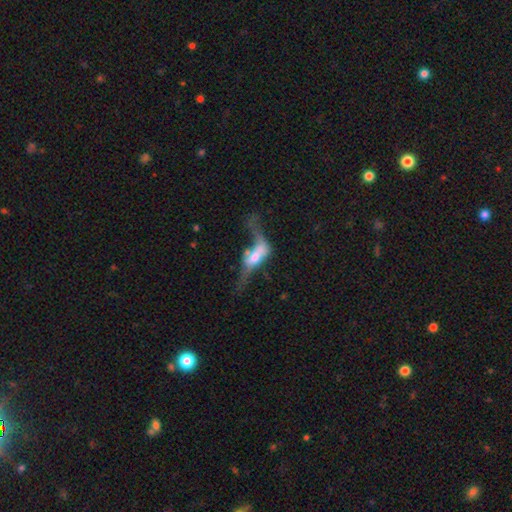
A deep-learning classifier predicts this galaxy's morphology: smooth-or-featured: featured or disk: 58% | smooth: 33% | star or artifact: 9%
  disk-edge-on: no: 64% | yes: 36%
  merging: major disturbance: 39% | merger: 35% | none: 14% | minor disturbance: 11%